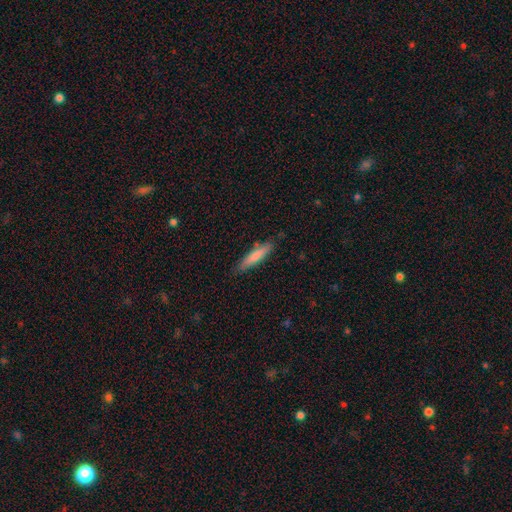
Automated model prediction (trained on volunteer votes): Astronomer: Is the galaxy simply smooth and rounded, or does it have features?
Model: smooth — 77%.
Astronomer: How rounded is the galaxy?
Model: cigar-shaped — 84%.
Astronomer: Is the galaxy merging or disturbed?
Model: none — 81%.